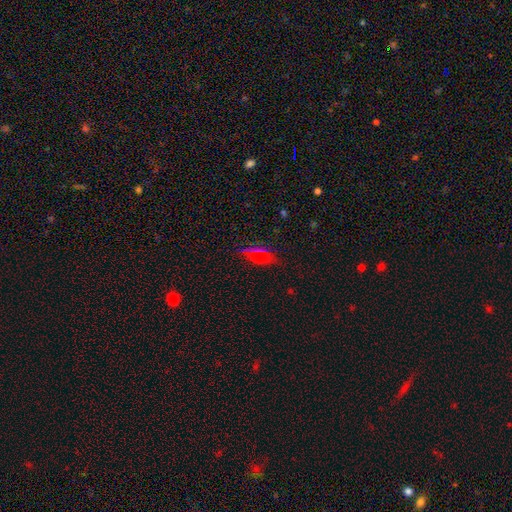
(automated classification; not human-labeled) smooth-or-featured: smooth: 61% | star or artifact: 26% | featured or disk: 13%
  how-rounded: in between: 80% | cigar-shaped: 12% | round: 7%
  merging: none: 76% | minor disturbance: 16% | major disturbance: 5% | merger: 2%